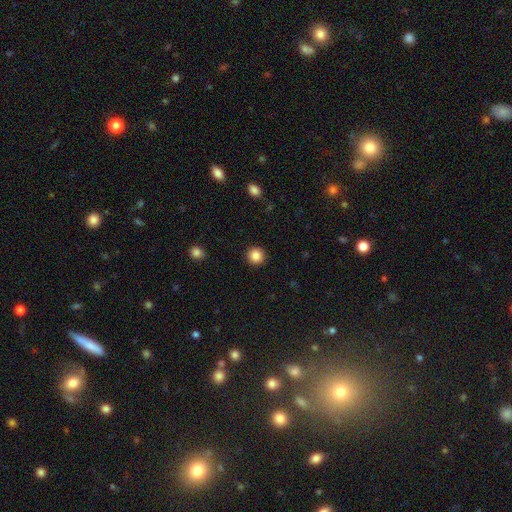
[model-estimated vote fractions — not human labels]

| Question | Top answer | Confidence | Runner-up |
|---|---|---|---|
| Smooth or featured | smooth | 86% | star or artifact (10%) |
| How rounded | round | 94% | in between (5%) |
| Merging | none | 92% | minor disturbance (5%) |